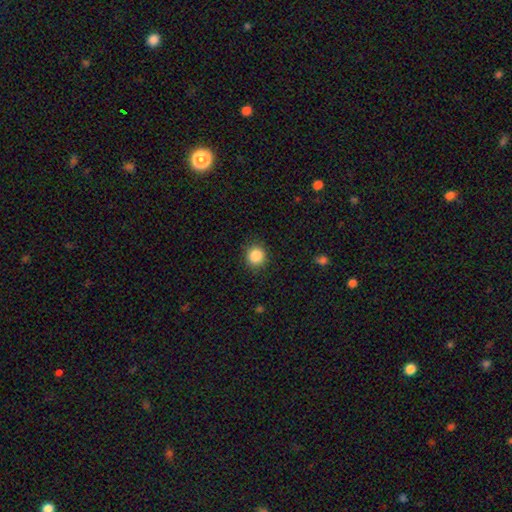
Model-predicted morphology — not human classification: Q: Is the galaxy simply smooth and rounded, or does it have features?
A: smooth — 86%.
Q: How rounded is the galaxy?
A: round — 91%.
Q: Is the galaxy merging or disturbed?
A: none — 90%.